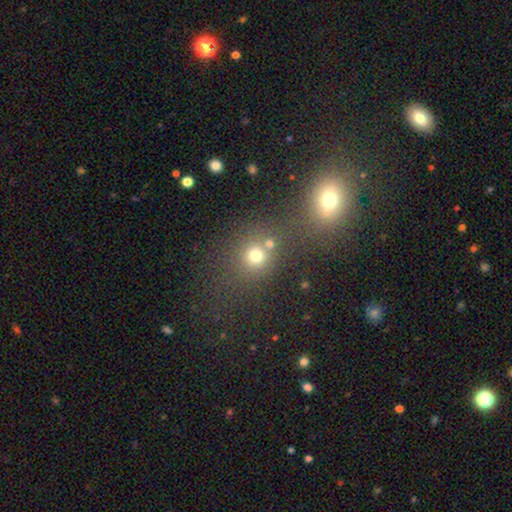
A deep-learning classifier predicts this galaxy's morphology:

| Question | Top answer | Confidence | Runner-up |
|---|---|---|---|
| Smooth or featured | smooth | 70% | star or artifact (21%) |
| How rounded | round | 83% | in between (15%) |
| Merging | none | 57% | merger (28%) |